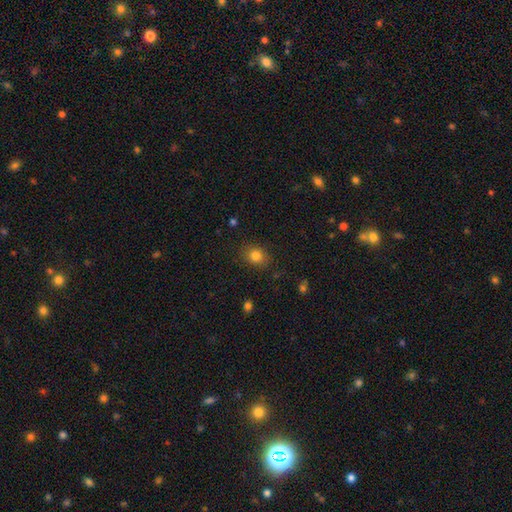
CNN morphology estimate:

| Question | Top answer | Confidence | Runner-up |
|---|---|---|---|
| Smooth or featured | smooth | 82% | star or artifact (12%) |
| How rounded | round | 58% | in between (41%) |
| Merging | none | 86% | minor disturbance (10%) |